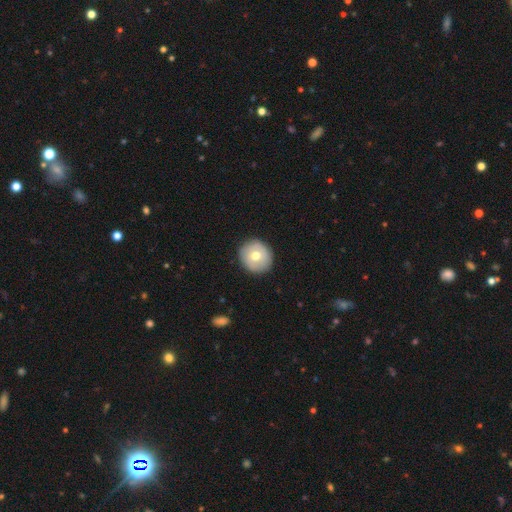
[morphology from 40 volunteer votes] Smooth or featured: smooth — 68% (featured or disk — 32%)
How rounded: round — 100%
Merging: none — 92% (minor disturbance — 5%)